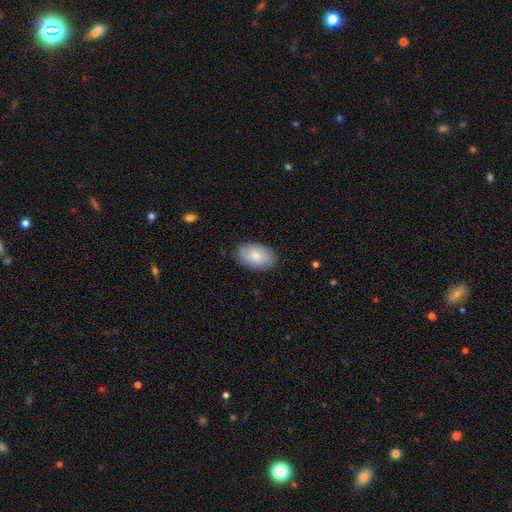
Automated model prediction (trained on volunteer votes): smooth 79%, featured or disk 15%, star or artifact 6%. Down the decision tree: how rounded — in between (92%); merging — none (83%).